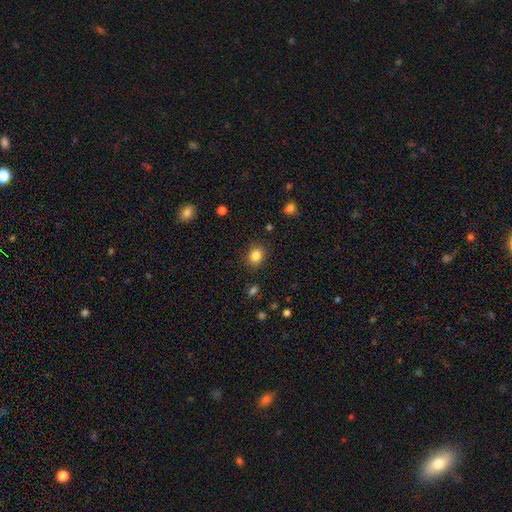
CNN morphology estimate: smooth 84%, star or artifact 10%, featured or disk 5%. Down the decision tree: how rounded — round (53%); merging — none (87%).